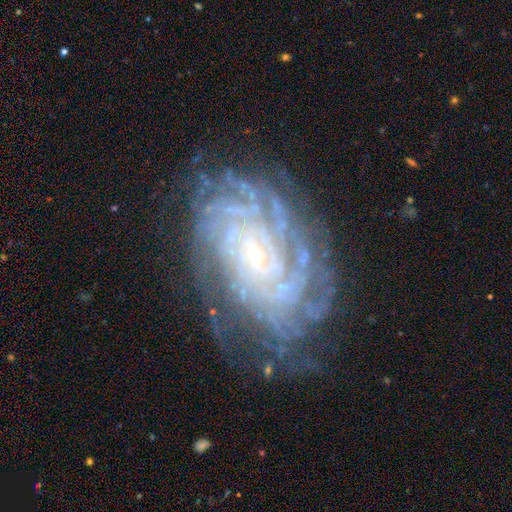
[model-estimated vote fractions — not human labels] This appears to be a featured or disk galaxy (89%) with no bar (59%), more than 4 (34%) tight (85%) spiral arms (98%) and a small central bulge (81%). Merging: none (76%).